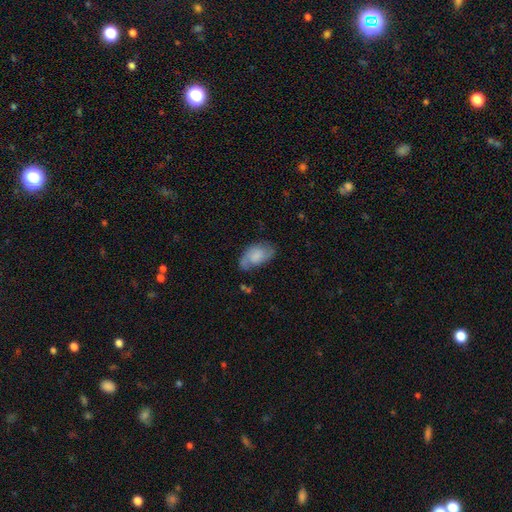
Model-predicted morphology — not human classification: Q: Smooth or featured?
A: featured or disk (46%); tied with: smooth (46%)
Q: Merging?
A: none (61%); runner-up: minor disturbance (26%)